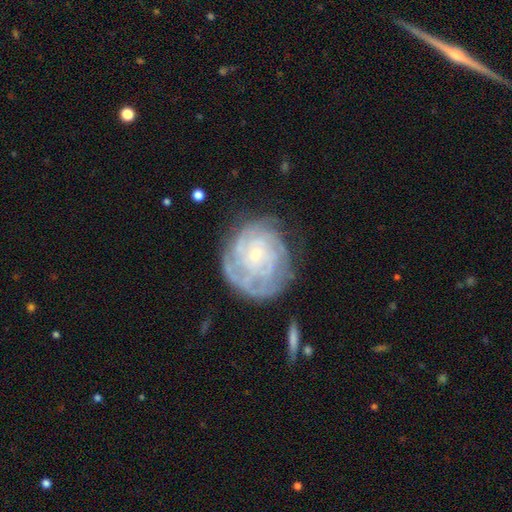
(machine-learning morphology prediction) Smooth or featured: featured or disk — 78% (smooth — 15%)
Edge-on disk: no — 97% (yes — 3%)
Bar: no — 76% (weak — 20%)
Spiral arms: yes — 89% (no — 11%)
Spiral winding: tight — 76% (medium — 19%)
Spiral arm count: can't tell — 48% (4 — 16%)
Bulge size: small — 69% (moderate — 25%)
Merging: none — 68% (minor disturbance — 20%)